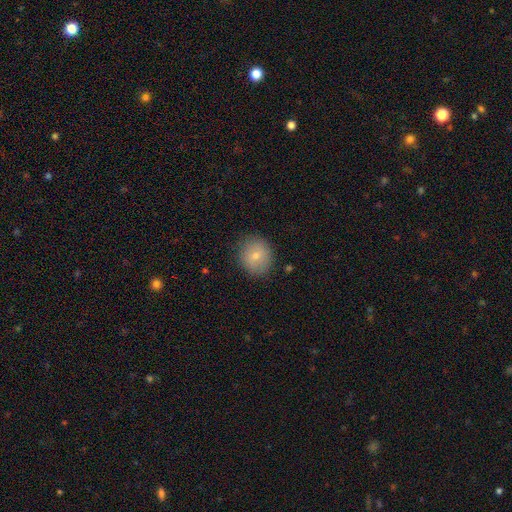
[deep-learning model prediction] Smooth or featured: smooth — 76% (featured or disk — 15%)
How rounded: round — 79% (in between — 20%)
Merging: none — 84% (minor disturbance — 11%)